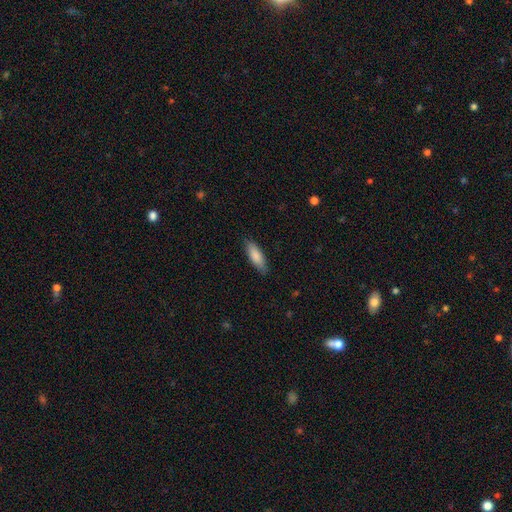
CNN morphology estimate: The model was most divided on "how rounded": in between: 57%, cigar-shaped: 42%, round: 2%. More confident: merging — none (85%); smooth or featured — smooth (85%).